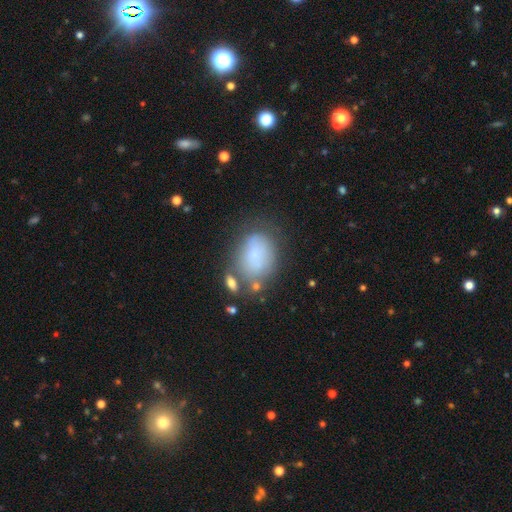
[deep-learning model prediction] The model was most divided on "merging": none: 54%, minor disturbance: 23%, major disturbance: 12%, merger: 11%. More confident: how rounded — in between (72%); smooth or featured — smooth (72%).